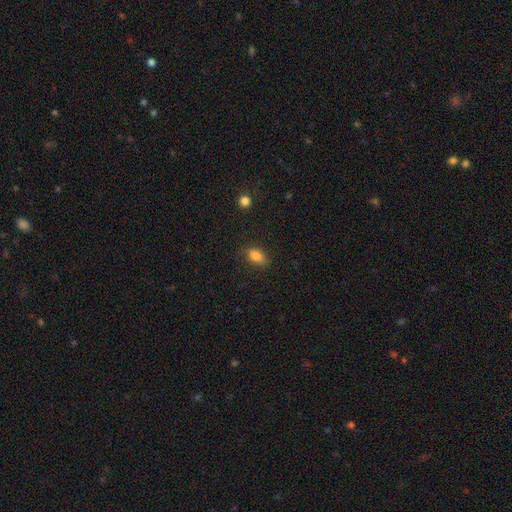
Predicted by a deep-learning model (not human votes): A smooth galaxy with no disk features (83%) that is in between round and cigar-shaped (84%).

Vote fractions:
- Smooth or featured? smooth: 83% / star or artifact: 10% / featured or disk: 7%
- How rounded? in between: 84% / round: 12% / cigar-shaped: 4%
- Merging? none: 78% / minor disturbance: 16% / major disturbance: 4% / merger: 1%